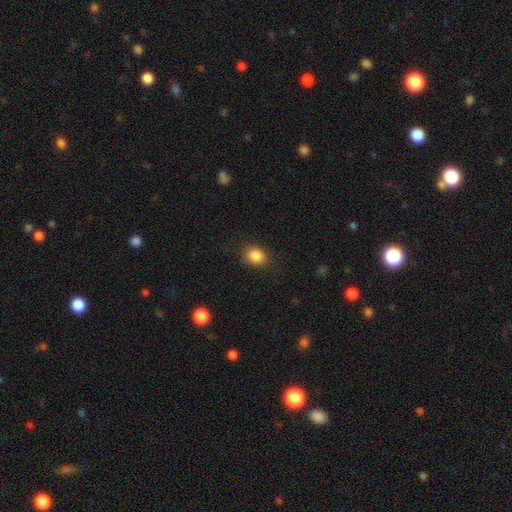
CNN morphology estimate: This is clearly a smooth galaxy (86%). How rounded: likely round (65%). Merging: clearly none (86%).